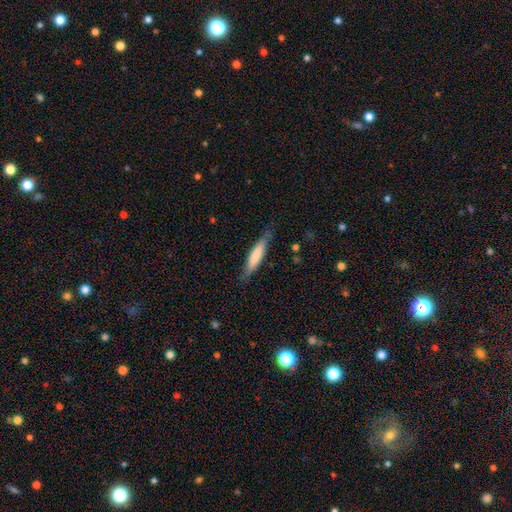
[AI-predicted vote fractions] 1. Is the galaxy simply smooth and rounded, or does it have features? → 71% smooth, 24% featured or disk, 5% star or artifact.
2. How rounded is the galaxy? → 87% cigar-shaped, 12% in between, 1% round.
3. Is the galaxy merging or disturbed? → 80% none, 15% minor disturbance, 3% major disturbance, 1% merger.